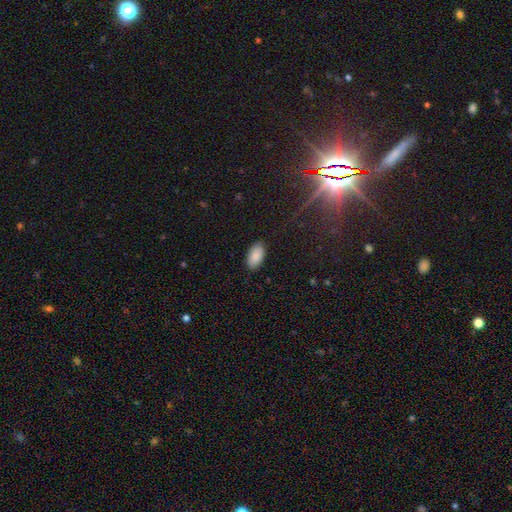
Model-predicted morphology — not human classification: Smooth or featured?
  - smooth: 89% *
  - star or artifact: 7%
  - featured or disk: 5%
How rounded?
  - in between: 95% *
  - round: 3%
  - cigar-shaped: 2%
Merging?
  - none: 87% *
  - minor disturbance: 10%
  - major disturbance: 2%
  - merger: 1%